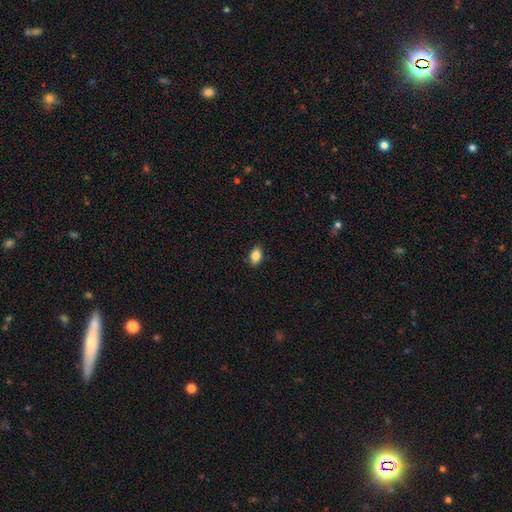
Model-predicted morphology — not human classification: Smooth or featured: smooth — 85% (star or artifact — 8%)
How rounded: in between — 87% (round — 10%)
Merging: none — 88% (minor disturbance — 9%)